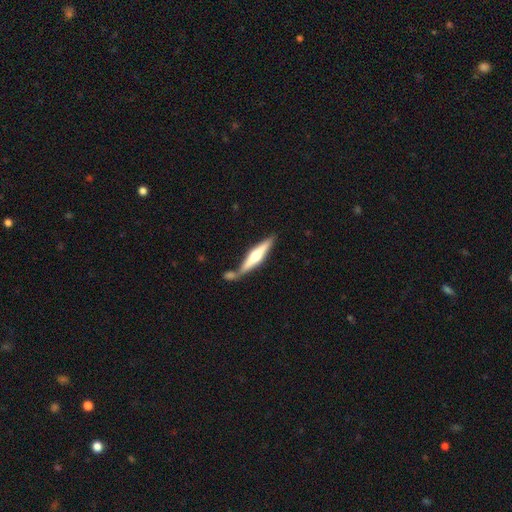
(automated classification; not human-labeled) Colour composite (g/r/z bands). It shows a featured or disk galaxy (60%) viewed edge-on (95%) with a rounded central bulge (86%). Merging: none (53%).